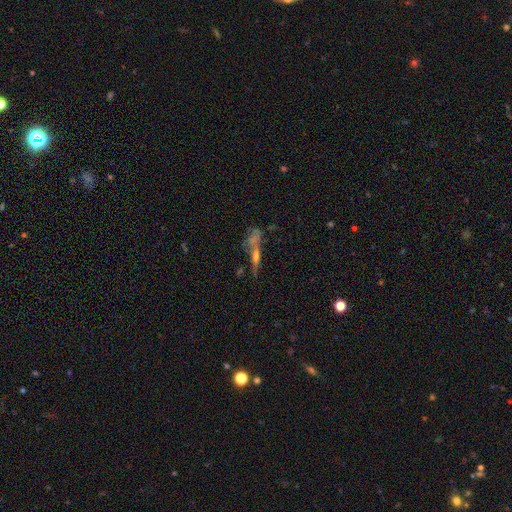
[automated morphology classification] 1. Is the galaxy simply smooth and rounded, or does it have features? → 52% featured or disk, 30% smooth, 19% star or artifact.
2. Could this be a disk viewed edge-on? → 65% yes, 35% no.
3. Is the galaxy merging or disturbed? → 42% none, 23% merger, 19% major disturbance, 16% minor disturbance.